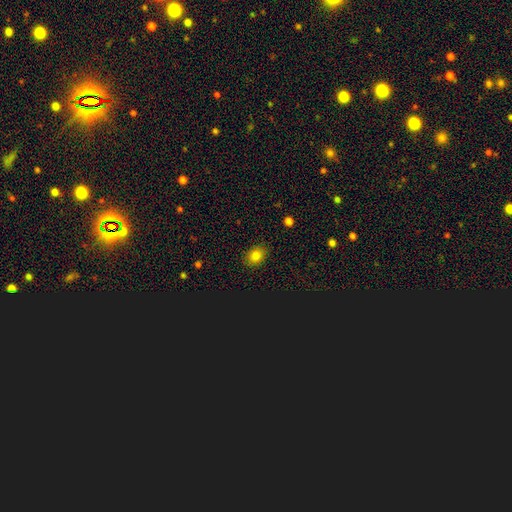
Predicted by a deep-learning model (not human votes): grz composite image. It shows a smooth galaxy with no disk features (79%) that is in between round and cigar-shaped (53%). Merging: none (87%).